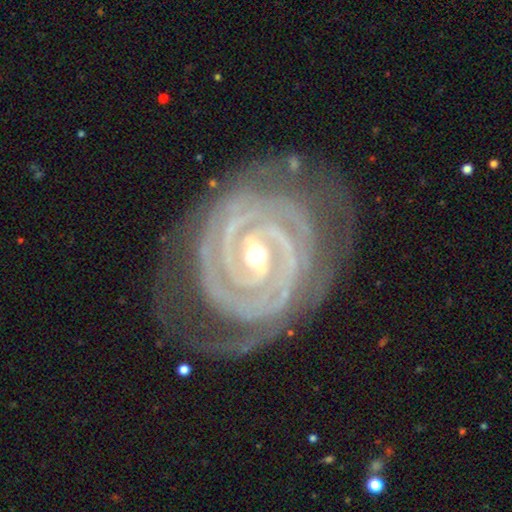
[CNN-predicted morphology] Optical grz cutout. It shows a featured or disk galaxy (92%) with a strong bar (45%), 2 (50%) tight (87%) spiral arms (98%) and a moderate central bulge (53%). Merging: none (74%).